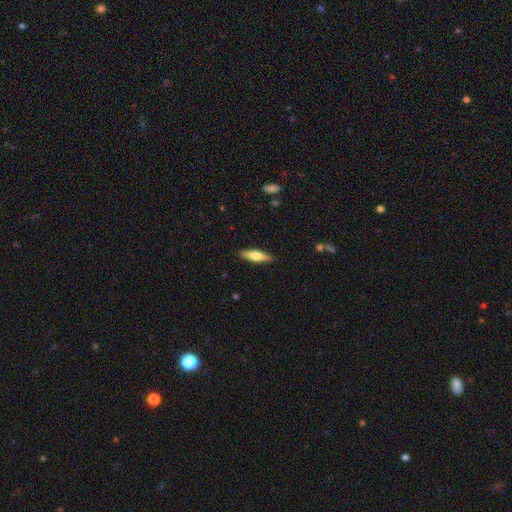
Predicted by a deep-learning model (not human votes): The model was most divided on "smooth or featured": smooth: 53%, featured or disk: 41%, star or artifact: 6%. More confident: merging — none (89%); how rounded — cigar-shaped (61%).